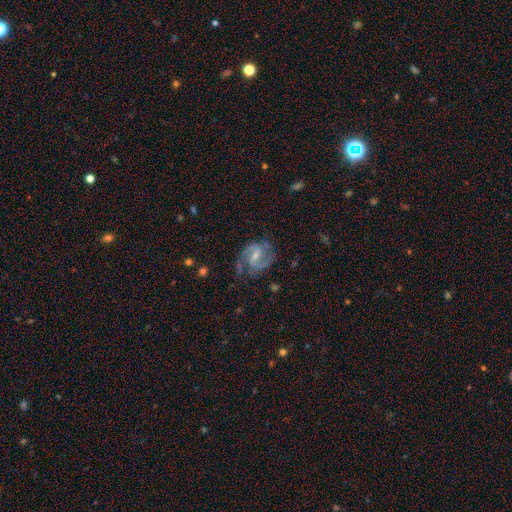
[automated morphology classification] Smooth or featured? Predicted: featured or disk (p=0.90). Edge-on disk? Predicted: no (p=0.98). Bar? Predicted: weak (p=0.55). Spiral arms? Predicted: yes (p=0.98). Spiral winding? Predicted: medium (p=0.62). Spiral arm count? Predicted: 2 (p=0.89). Bulge size? Predicted: small (p=0.59). Merging? Predicted: none (p=0.69).